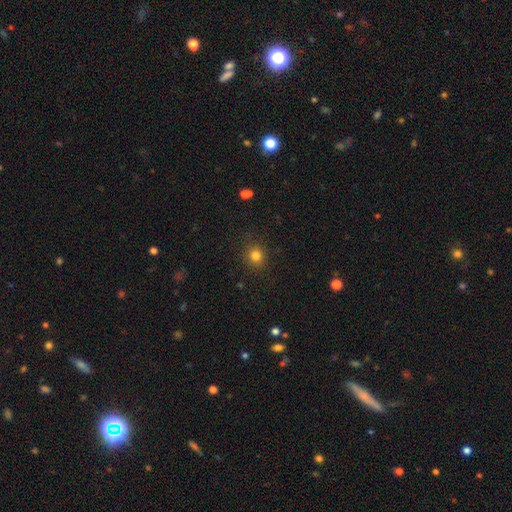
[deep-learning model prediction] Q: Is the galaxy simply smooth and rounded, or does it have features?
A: smooth — 82%.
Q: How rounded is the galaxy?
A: round — 88%.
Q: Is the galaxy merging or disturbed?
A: none — 88%.